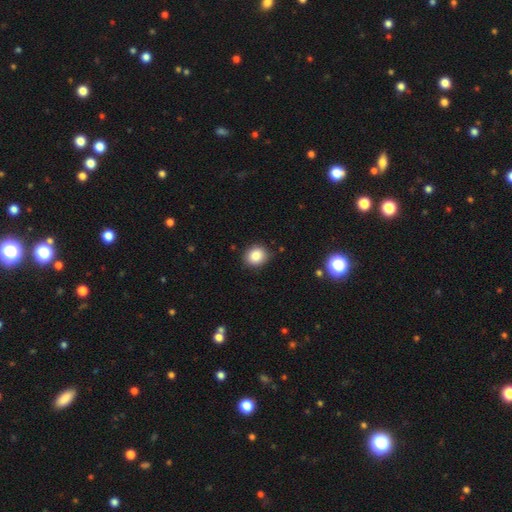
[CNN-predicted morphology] Q: Smooth or featured?
A: smooth (85%); runner-up: star or artifact (10%)
Q: How rounded?
A: round (72%); runner-up: in between (27%)
Q: Merging?
A: none (86%); runner-up: minor disturbance (10%)